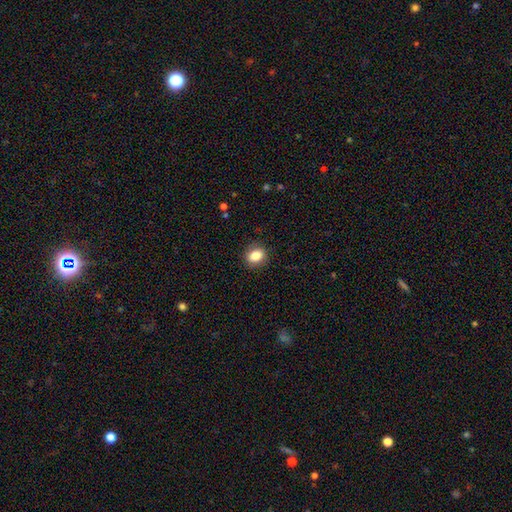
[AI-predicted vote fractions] Q: Smooth or featured?
A: smooth (84%); runner-up: star or artifact (9%)
Q: How rounded?
A: round (50%); runner-up: in between (49%)
Q: Merging?
A: none (88%); runner-up: minor disturbance (9%)